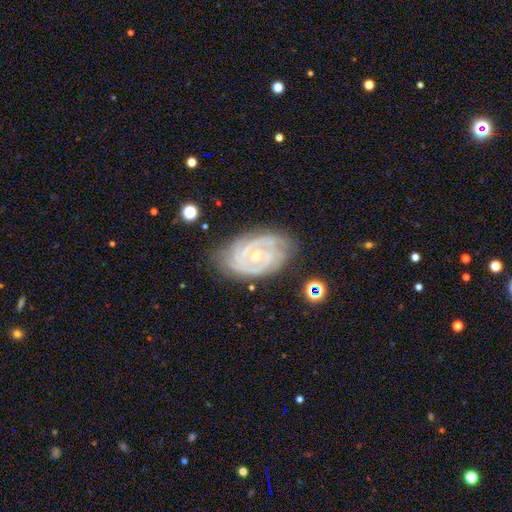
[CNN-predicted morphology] featured or disk 89%, star or artifact 6%, smooth 5%. Down the decision tree: edge-on disk — no (97%); bar — no (61%); spiral arms — yes (97%); spiral arm count — 2 (52%); spiral winding — tight (74%); bulge size — small (70%); merging — none (75%).